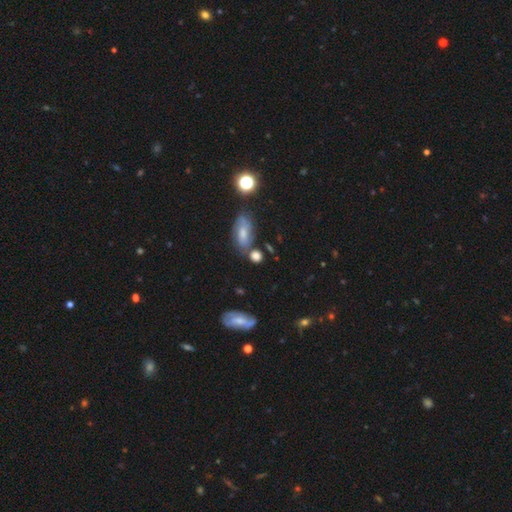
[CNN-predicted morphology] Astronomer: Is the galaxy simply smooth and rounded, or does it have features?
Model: smooth — 65%.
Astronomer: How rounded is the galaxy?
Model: in between — 51% (runner-up: round, 42%).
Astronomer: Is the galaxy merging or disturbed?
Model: none — 60%.